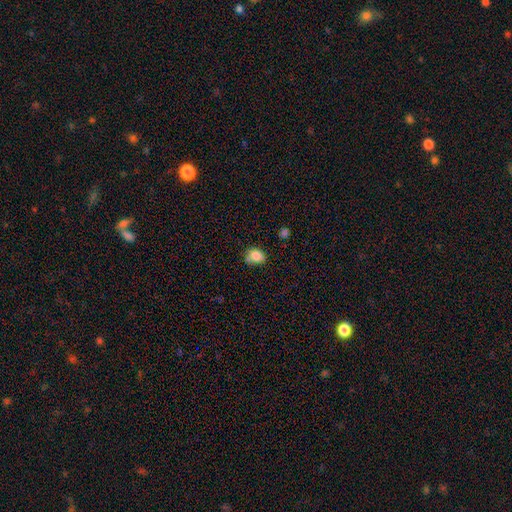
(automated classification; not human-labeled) smooth 83%, star or artifact 10%, featured or disk 8%. Down the decision tree: how rounded — in between (50%); merging — none (56%).